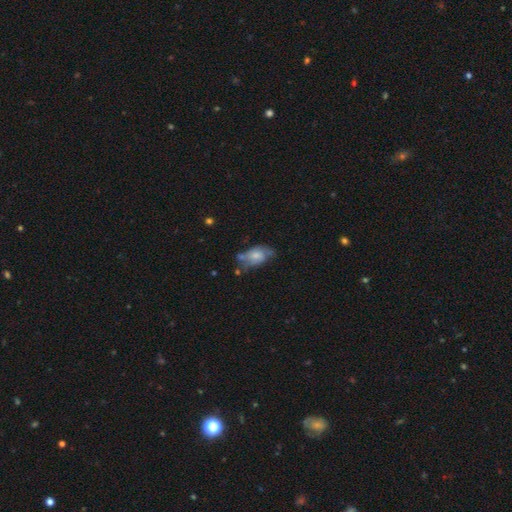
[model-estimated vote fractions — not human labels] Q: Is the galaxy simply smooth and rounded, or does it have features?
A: smooth — 54%.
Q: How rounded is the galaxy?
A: in between — 87%.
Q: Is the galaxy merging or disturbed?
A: none — 40%.